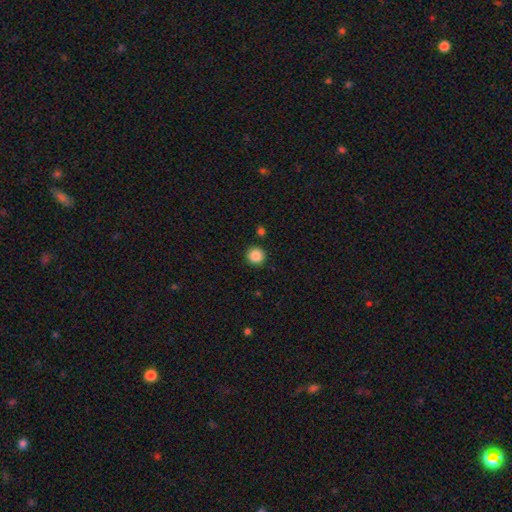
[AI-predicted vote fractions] smooth_or_featured: smooth (p=0.86) [alt: star or artifact p=0.10]
how_rounded: round (p=0.95) [alt: in between p=0.04]
merging: none (p=0.91) [alt: minor disturbance p=0.05]